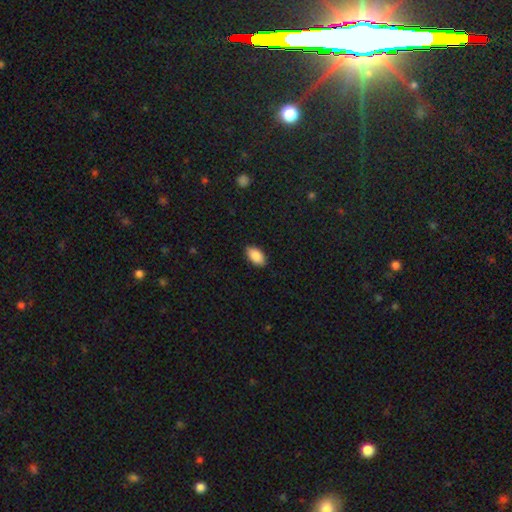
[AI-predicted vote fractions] A smooth galaxy with no disk features (90%) that is in between round and cigar-shaped (95%). Merging: none (88%).